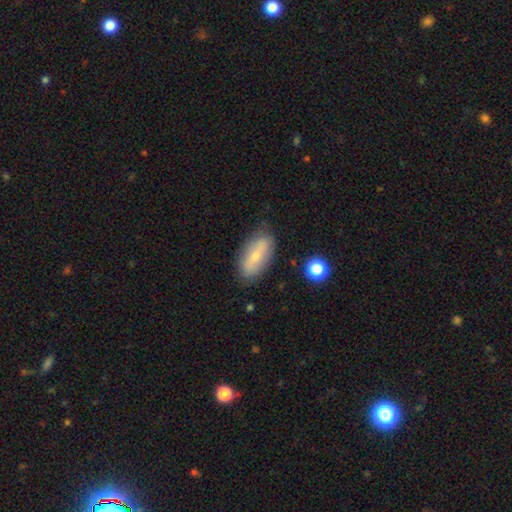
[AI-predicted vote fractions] Morphology: type=smooth (55%); roundness=in between (83%); merging=none (79%).